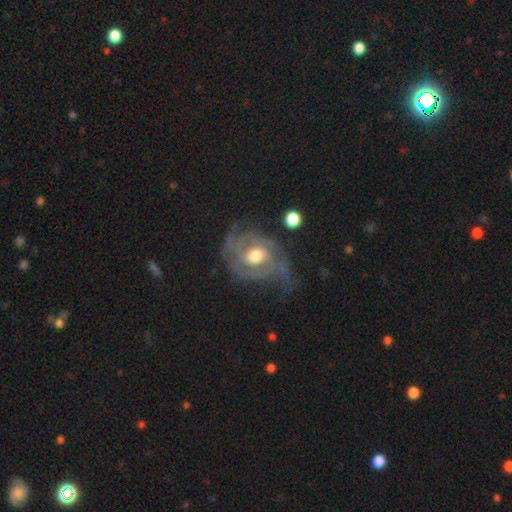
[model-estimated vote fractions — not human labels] smooth_or_featured: featured or disk (p=0.85) [alt: smooth p=0.10]
disk_edge_on: no (p=0.97) [alt: yes p=0.03]
bar: no (p=0.58) [alt: weak p=0.34]
has_spiral_arms: yes (p=0.92) [alt: no p=0.08]
spiral_winding: tight (p=0.47) [alt: medium p=0.40]
spiral_arm_count: 2 (p=0.36) [alt: can't tell p=0.25]
bulge_size: moderate (p=0.71) [alt: large p=0.15]
merging: none (p=0.54) [alt: minor disturbance p=0.22]